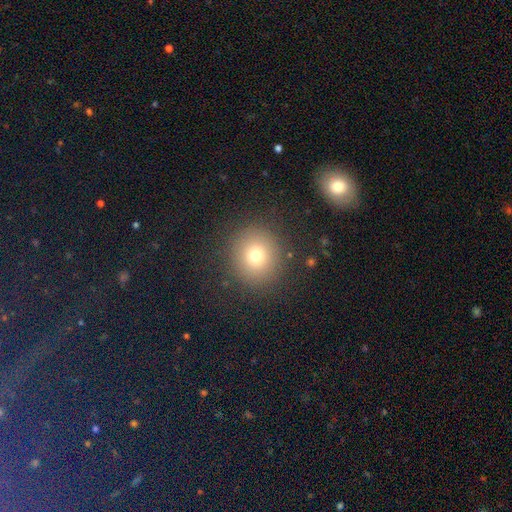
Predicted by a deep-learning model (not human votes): Smooth or featured: smooth — 73% (star or artifact — 16%)
How rounded: round — 91% (in between — 8%)
Merging: none — 89% (minor disturbance — 7%)